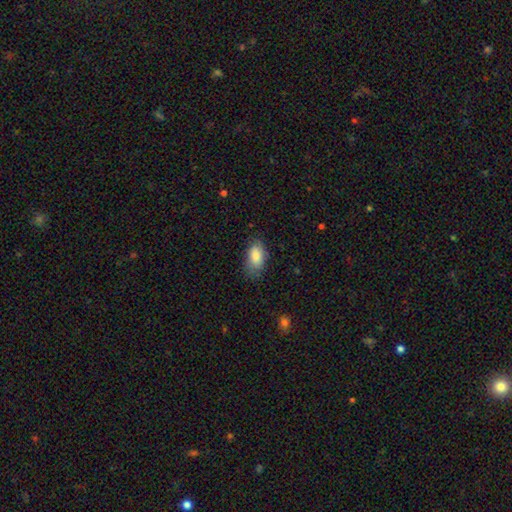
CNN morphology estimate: smooth 83%, featured or disk 10%, star or artifact 7%. Down the decision tree: how rounded — in between (92%); merging — none (68%).